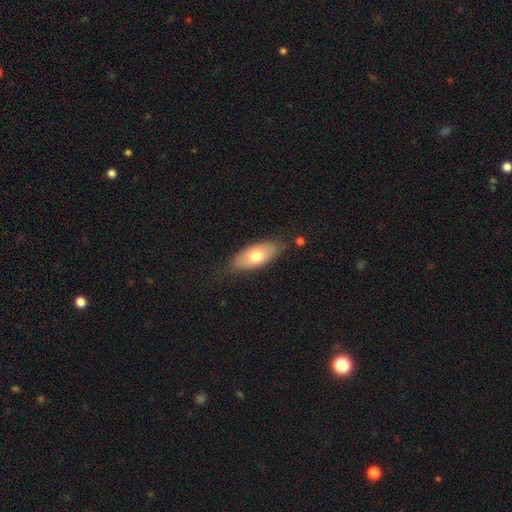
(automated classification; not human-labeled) This is likely a smooth galaxy (67%). How rounded: clearly in between (86%). Merging: likely none (78%).